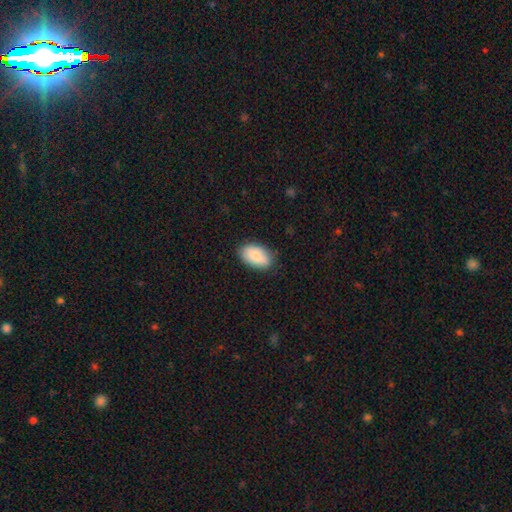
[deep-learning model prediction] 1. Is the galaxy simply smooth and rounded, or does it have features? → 84% smooth, 10% featured or disk, 6% star or artifact.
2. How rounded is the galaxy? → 94% in between, 5% round, 2% cigar-shaped.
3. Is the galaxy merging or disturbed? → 82% none, 14% minor disturbance, 3% major disturbance, 1% merger.